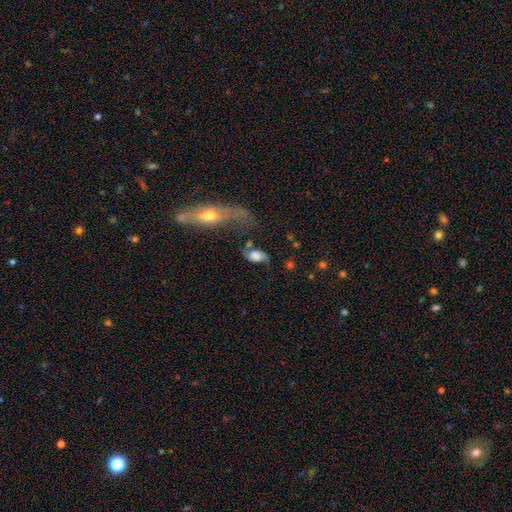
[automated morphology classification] A smooth galaxy with no disk features (52%) that is in between round and cigar-shaped (85%). Merging: none (47%).